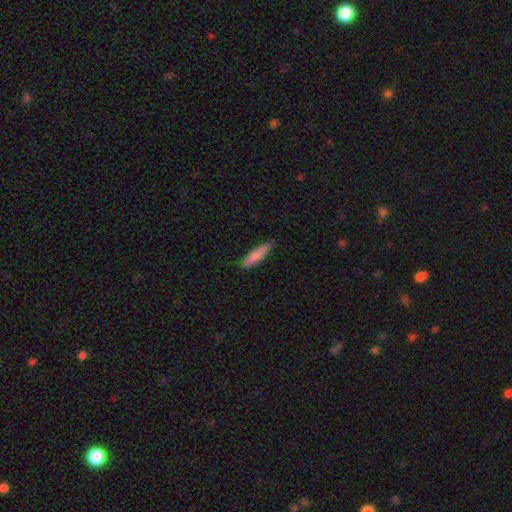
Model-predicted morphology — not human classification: Smooth or featured: smooth — 82% (featured or disk — 12%)
How rounded: cigar-shaped — 72% (in between — 26%)
Merging: none — 82% (minor disturbance — 14%)